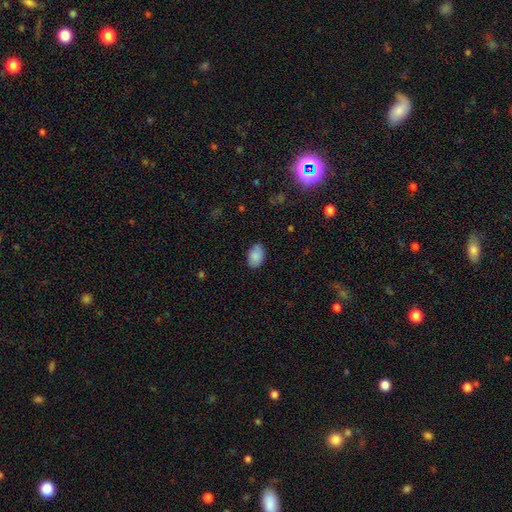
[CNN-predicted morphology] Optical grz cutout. It shows a smooth galaxy with no disk features (87%) that is in between round and cigar-shaped (88%). Merging: none (80%).